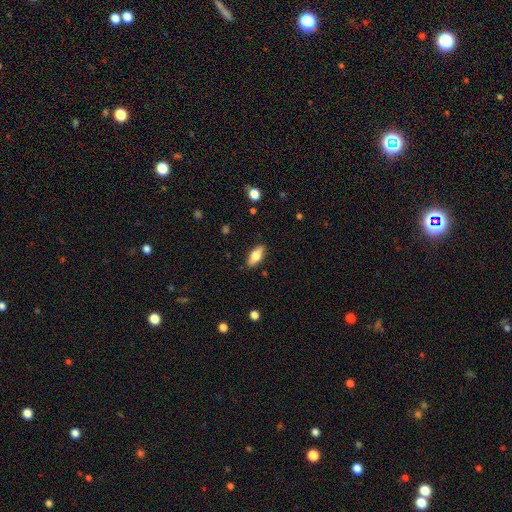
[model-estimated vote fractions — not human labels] A smooth galaxy with no disk features (70%) that is in between round and cigar-shaped (79%). Merging: none (87%).